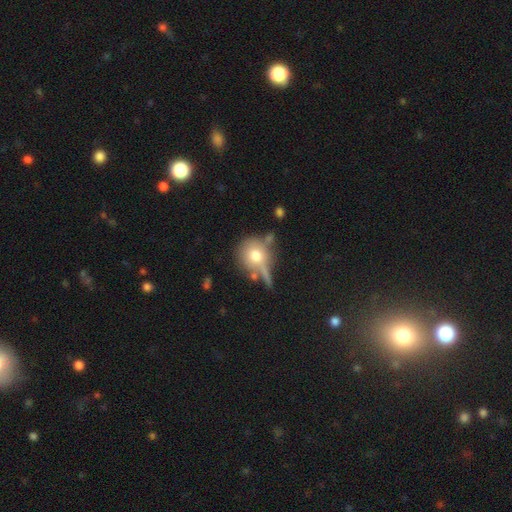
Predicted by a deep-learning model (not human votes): smooth_or_featured: smooth (p=0.69) [alt: featured or disk p=0.20]
how_rounded: round (p=0.88) [alt: in between p=0.10]
merging: none (p=0.56) [alt: minor disturbance p=0.18]